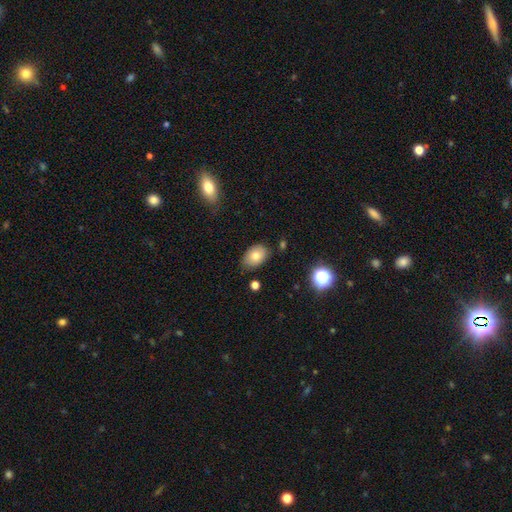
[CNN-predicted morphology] Q: Smooth or featured?
A: smooth (77%); runner-up: featured or disk (13%)
Q: How rounded?
A: in between (85%); runner-up: round (14%)
Q: Merging?
A: none (77%); runner-up: minor disturbance (18%)